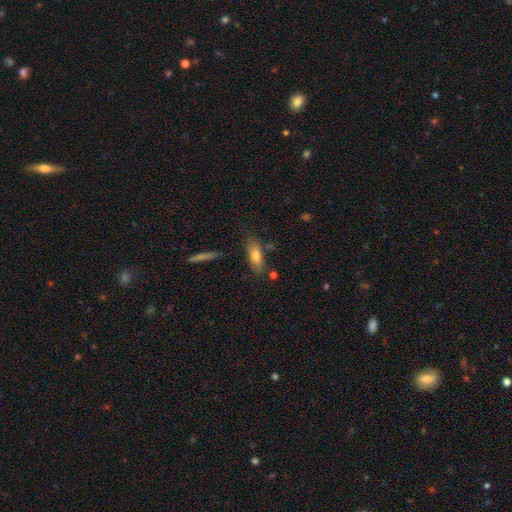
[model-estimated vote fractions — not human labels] Q: Smooth or featured?
A: smooth (74%); runner-up: featured or disk (19%)
Q: How rounded?
A: in between (71%); runner-up: cigar-shaped (26%)
Q: Merging?
A: none (72%); runner-up: minor disturbance (18%)